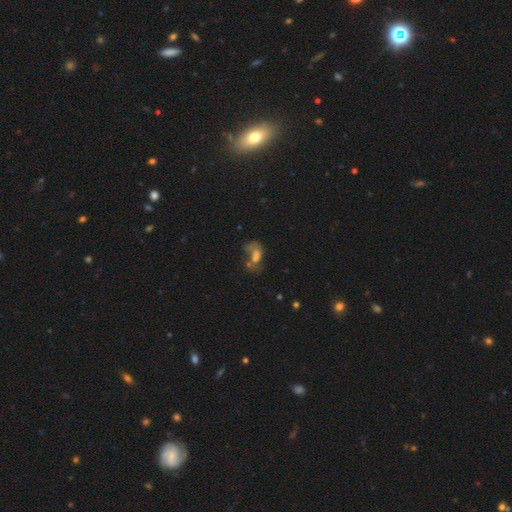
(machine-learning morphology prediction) Smooth or featured?
  - smooth: 41% *
  - featured or disk: 33%
  - star or artifact: 26%
Merging?
  - merger: 30% *
  - major disturbance: 29%
  - none: 26%
  - minor disturbance: 15%